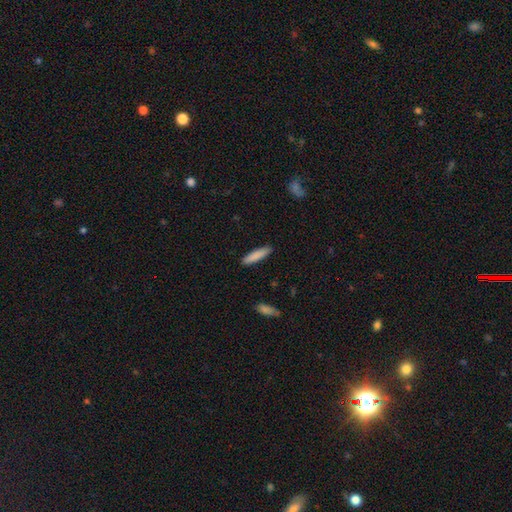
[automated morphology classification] smooth 86%, featured or disk 8%, star or artifact 6%. Down the decision tree: how rounded — cigar-shaped (80%); merging — none (90%).